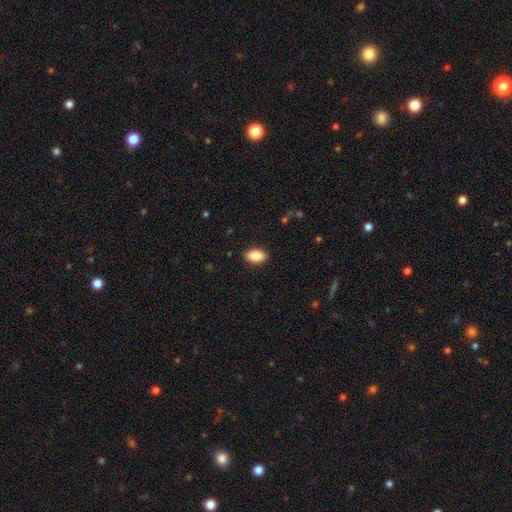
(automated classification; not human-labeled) smooth_or_featured: smooth (p=0.88) [alt: star or artifact p=0.07]
how_rounded: in between (p=0.92) [alt: round p=0.06]
merging: none (p=0.88) [alt: minor disturbance p=0.08]